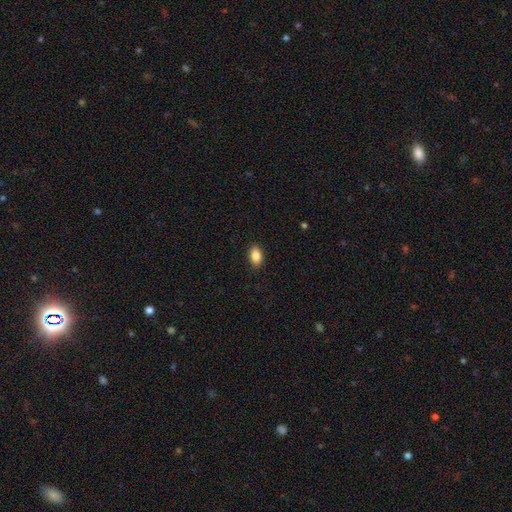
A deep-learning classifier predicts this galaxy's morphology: Smooth or featured: smooth — 86% (star or artifact — 8%)
How rounded: in between — 88% (round — 11%)
Merging: none — 89% (minor disturbance — 8%)